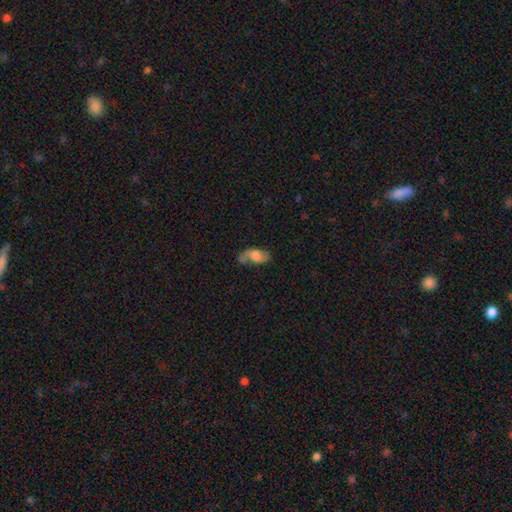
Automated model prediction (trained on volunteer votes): A smooth galaxy with no disk features (55%) that is in between round and cigar-shaped (87%).

Vote fractions:
- Smooth or featured? smooth: 55% / featured or disk: 37% / star or artifact: 9%
- How rounded? in between: 87% / cigar-shaped: 7% / round: 6%
- Merging? none: 43% / minor disturbance: 27% / major disturbance: 17% / merger: 13%